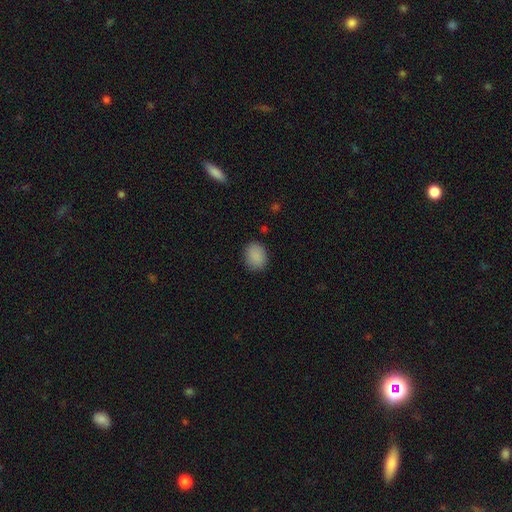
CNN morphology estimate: A smooth galaxy with no disk features (88%) that is in between round and cigar-shaped (51%).

Vote fractions:
- Smooth or featured? smooth: 88% / star or artifact: 8% / featured or disk: 3%
- How rounded? in between: 51% / round: 48% / cigar-shaped: 1%
- Merging? none: 86% / minor disturbance: 10% / major disturbance: 3% / merger: 1%